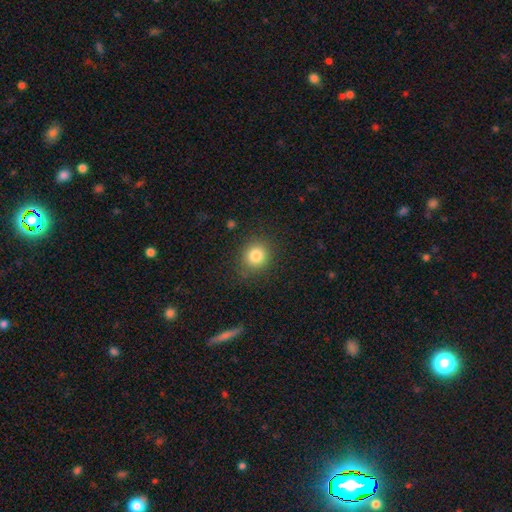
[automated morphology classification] Q: Smooth or featured?
A: smooth (82%); runner-up: star or artifact (11%)
Q: How rounded?
A: round (85%); runner-up: in between (14%)
Q: Merging?
A: none (85%); runner-up: minor disturbance (10%)